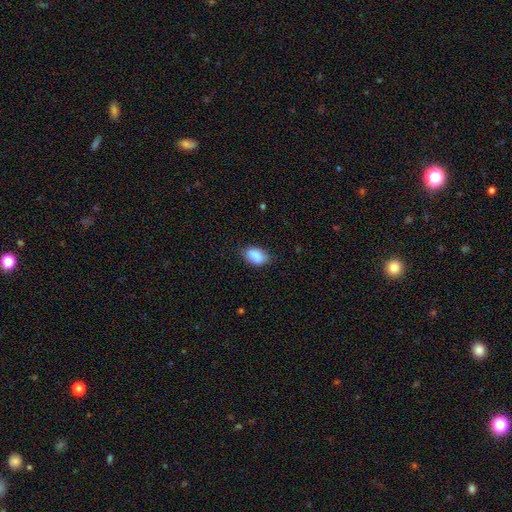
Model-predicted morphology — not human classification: Smooth or featured: smooth — 87% (star or artifact — 7%)
How rounded: in between — 88% (round — 10%)
Merging: none — 74% (minor disturbance — 21%)